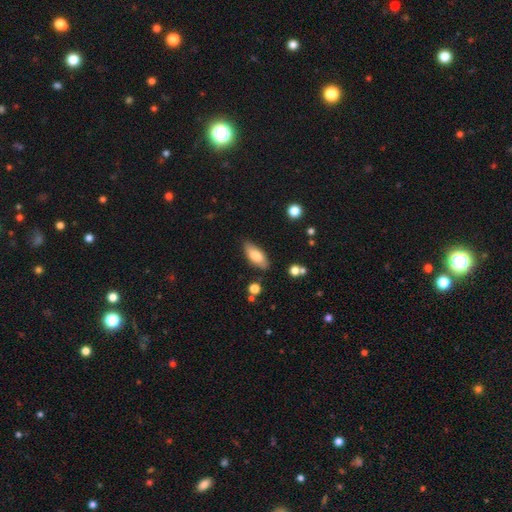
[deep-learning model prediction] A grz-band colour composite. It shows a smooth galaxy with no disk features (77%) that is in between round and cigar-shaped (78%). Merging: none (81%).